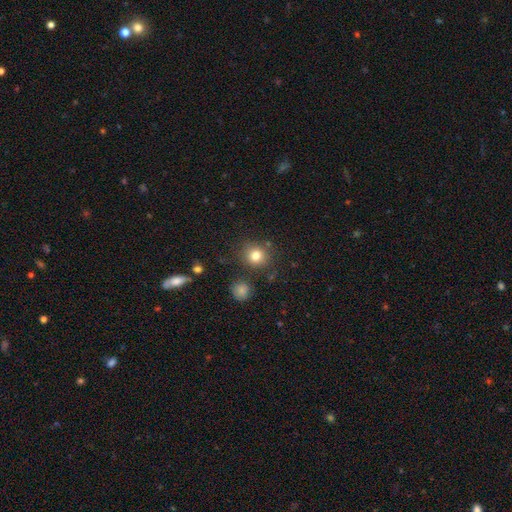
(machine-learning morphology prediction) Smooth or featured? smooth (80%)
How rounded? round (87%)
Merging? none (82%)